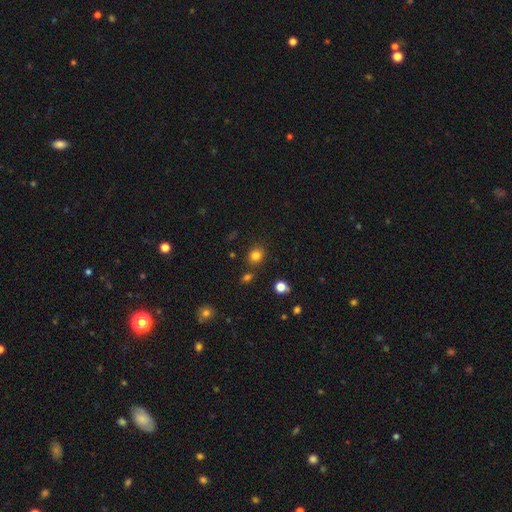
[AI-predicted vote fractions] Morphology: type=smooth (80%); roundness=round (76%); merging=none (81%).